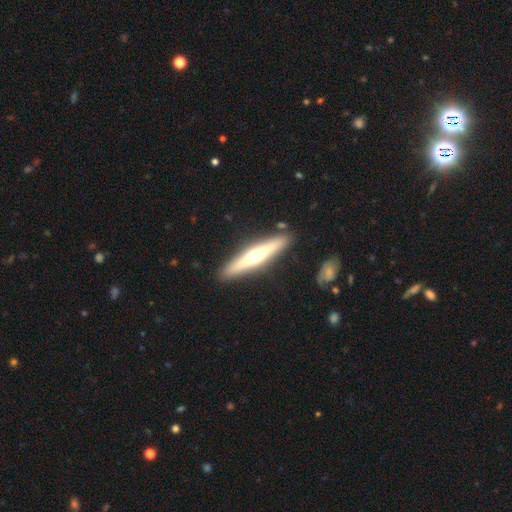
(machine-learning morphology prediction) Smooth or featured: featured or disk — 56% (smooth — 38%)
Edge-on disk: yes — 94% (no — 6%)
Edge-on bulge: rounded — 91% (none — 6%)
Merging: none — 88% (minor disturbance — 8%)